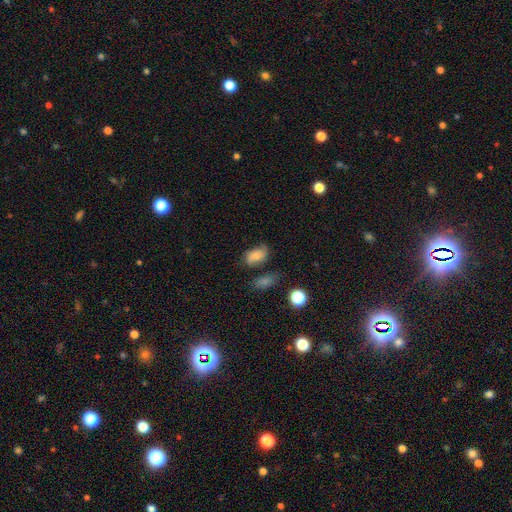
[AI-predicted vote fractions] Smooth or featured?
  - smooth: 66% *
  - featured or disk: 24%
  - star or artifact: 11%
How rounded?
  - in between: 87% *
  - round: 10%
  - cigar-shaped: 2%
Merging?
  - none: 53% *
  - minor disturbance: 27%
  - major disturbance: 11%
  - merger: 9%